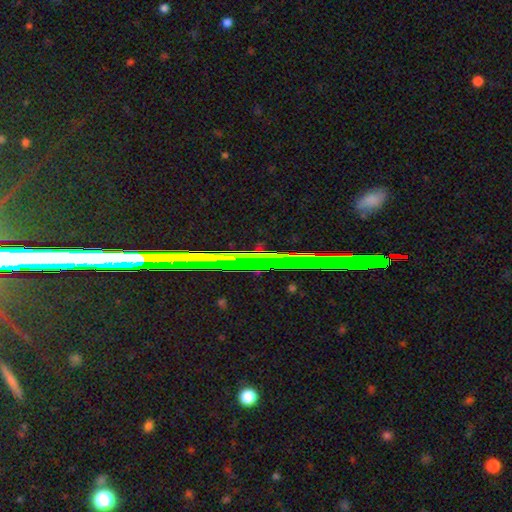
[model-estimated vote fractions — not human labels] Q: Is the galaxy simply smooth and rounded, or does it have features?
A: star or artifact — 77%.